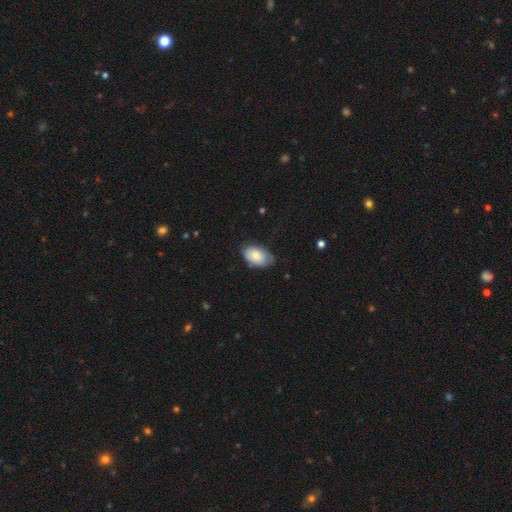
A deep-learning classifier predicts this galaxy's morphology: Smooth or featured: smooth — 79% (featured or disk — 15%)
How rounded: in between — 92% (round — 7%)
Merging: none — 65% (minor disturbance — 29%)